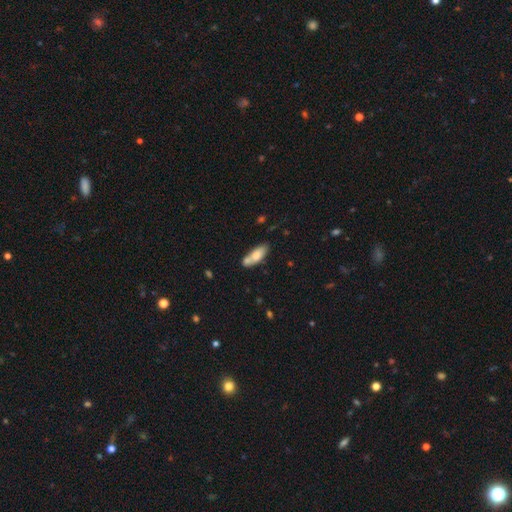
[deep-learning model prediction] This appears to be a smooth galaxy with no disk features (73%) that is in between round and cigar-shaped (66%). Merging: none (54%).